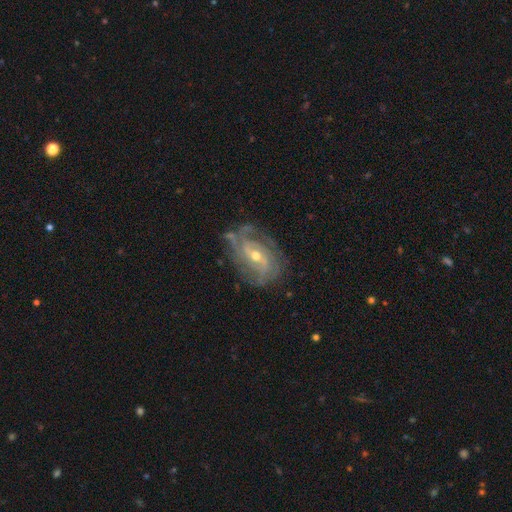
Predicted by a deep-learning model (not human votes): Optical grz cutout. It shows a featured or disk galaxy (85%) with a weak bar (45%), 2 (44%) tight (48%) spiral arms (93%) and a small central bulge (49%). Merging: none (67%).